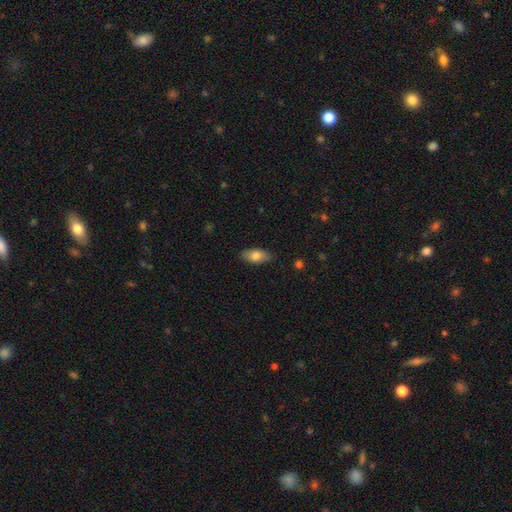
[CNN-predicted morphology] Smooth or featured: smooth — 79% (featured or disk — 15%)
How rounded: in between — 90% (cigar-shaped — 6%)
Merging: none — 86% (minor disturbance — 11%)